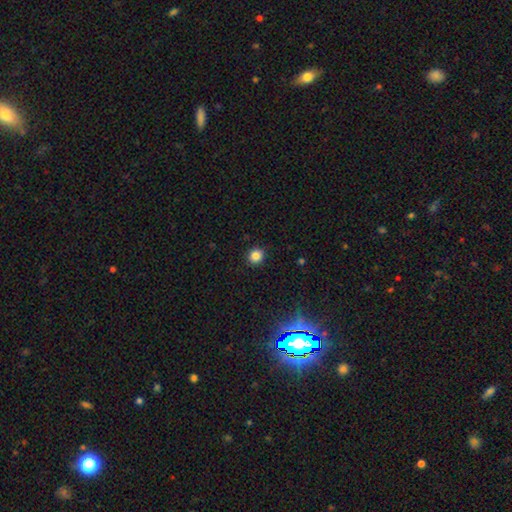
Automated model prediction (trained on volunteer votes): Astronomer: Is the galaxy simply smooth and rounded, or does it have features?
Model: smooth — 84%.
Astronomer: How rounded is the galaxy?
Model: round — 87%.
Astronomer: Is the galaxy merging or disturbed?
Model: none — 91%.